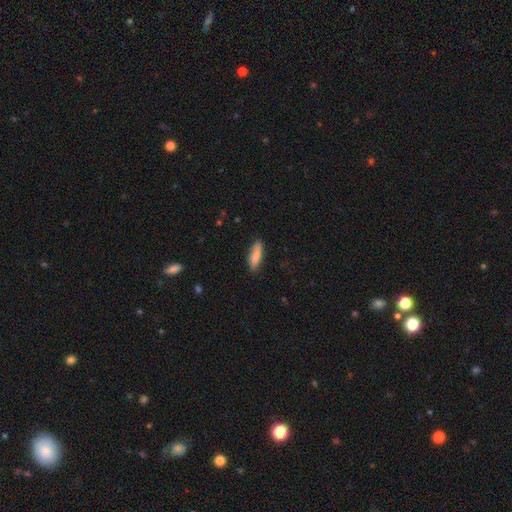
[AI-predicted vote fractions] A smooth galaxy with no disk features (86%) that is cigar-shaped (54%).

Vote fractions:
- Smooth or featured? smooth: 86% / featured or disk: 8% / star or artifact: 6%
- How rounded? cigar-shaped: 54% / in between: 44% / round: 2%
- Merging? none: 82% / minor disturbance: 14% / major disturbance: 3% / merger: 2%